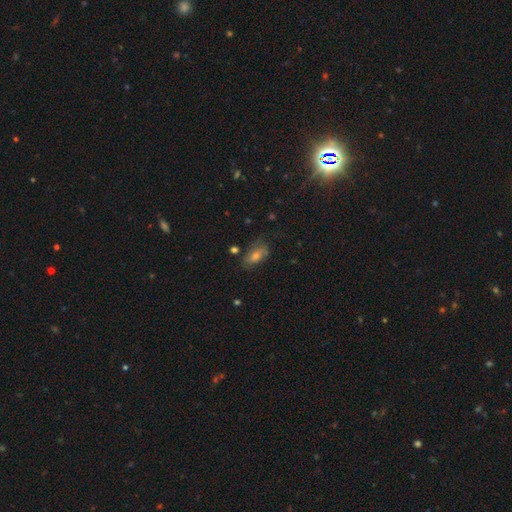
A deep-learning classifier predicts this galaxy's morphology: Smooth or featured? smooth (50%)
Merging? none (66%)